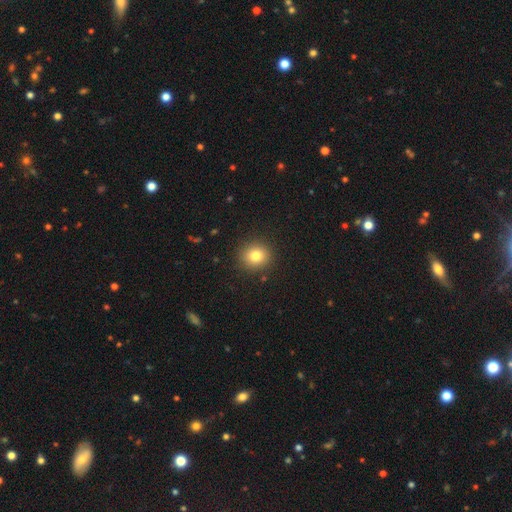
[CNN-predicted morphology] Overall: smooth (80%). How rounded: round (86%). Merging: none (90%).